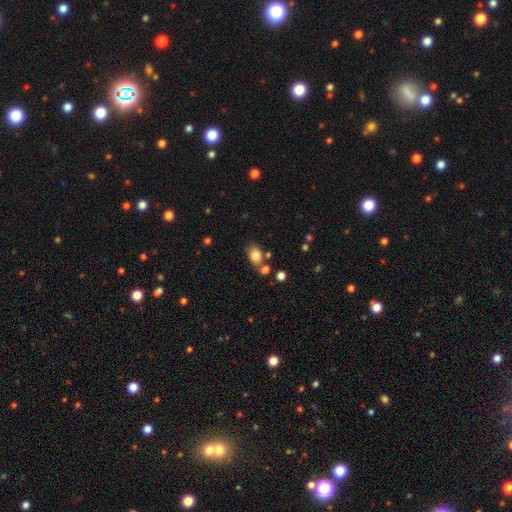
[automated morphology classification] A smooth galaxy with no disk features (81%) that is in between round and cigar-shaped (77%).

Vote fractions:
- Smooth or featured? smooth: 81% / star or artifact: 10% / featured or disk: 9%
- How rounded? in between: 77% / round: 22% / cigar-shaped: 1%
- Merging? none: 65% / minor disturbance: 16% / merger: 14% / major disturbance: 5%